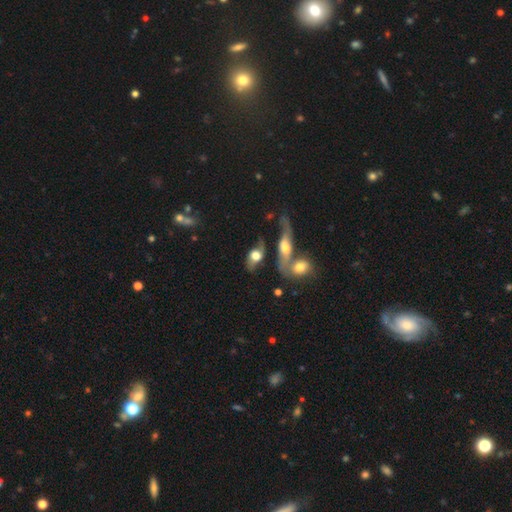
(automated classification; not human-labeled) Morphology: type=featured or disk (47%); merging=none (39%).